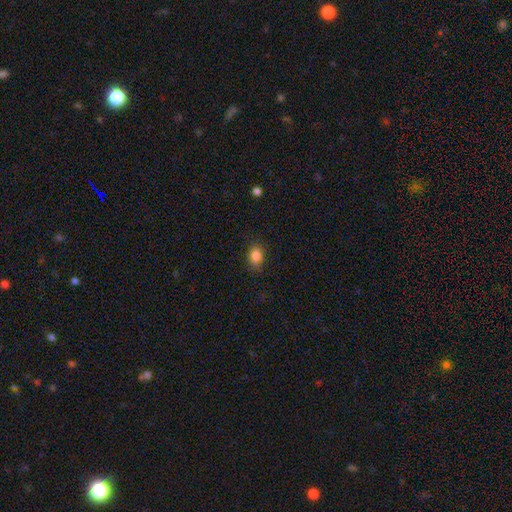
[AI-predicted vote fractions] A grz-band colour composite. It shows a smooth galaxy with no disk features (85%) that is in between round and cigar-shaped (72%). Merging: none (86%).